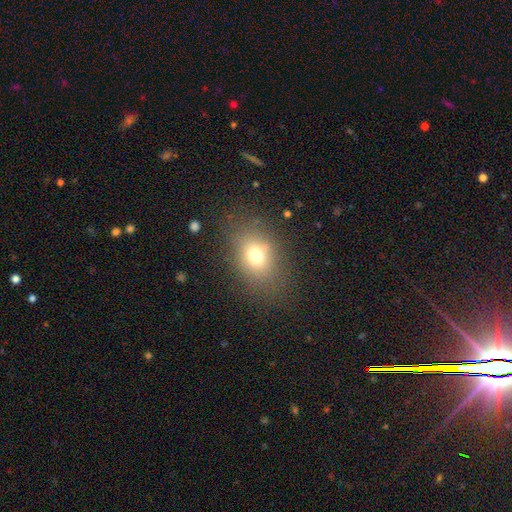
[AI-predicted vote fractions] Morphology: type=smooth (71%); roundness=in between (63%); merging=none (78%).